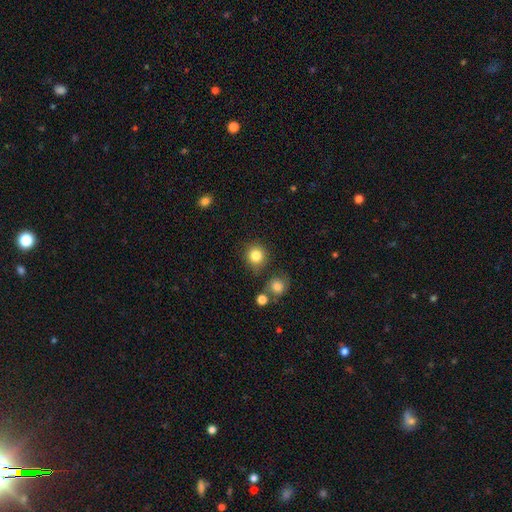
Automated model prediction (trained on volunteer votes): Smooth or featured? Predicted: smooth (p=0.83). How rounded? Predicted: round (p=0.90). Merging? Predicted: none (p=0.80).